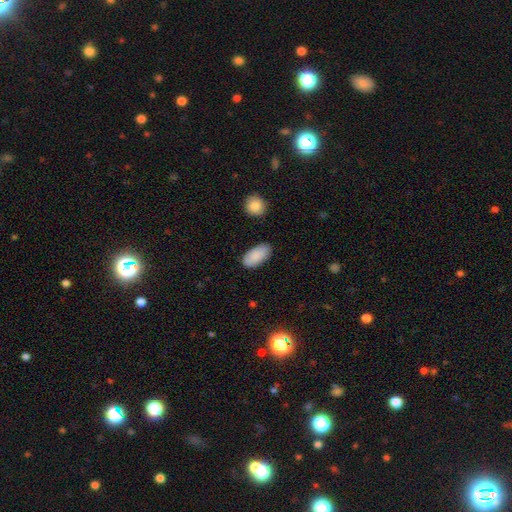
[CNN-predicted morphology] The model was most divided on "merging": none: 83%, minor disturbance: 12%, major disturbance: 3%, merger: 2%. More confident: how rounded — in between (94%); smooth or featured — smooth (88%).